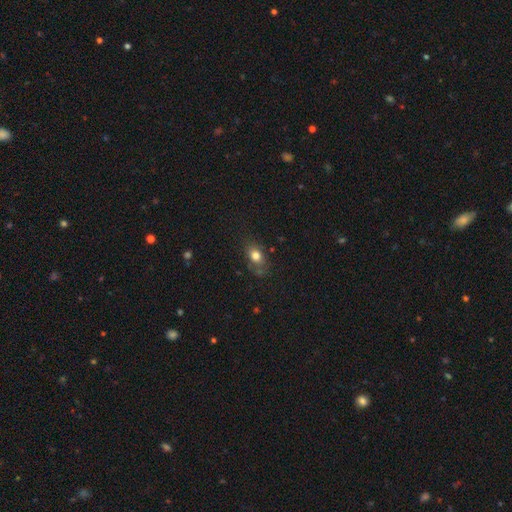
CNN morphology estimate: Smooth or featured? Predicted: smooth (p=0.78). How rounded? Predicted: in between (p=0.71). Merging? Predicted: none (p=0.66).